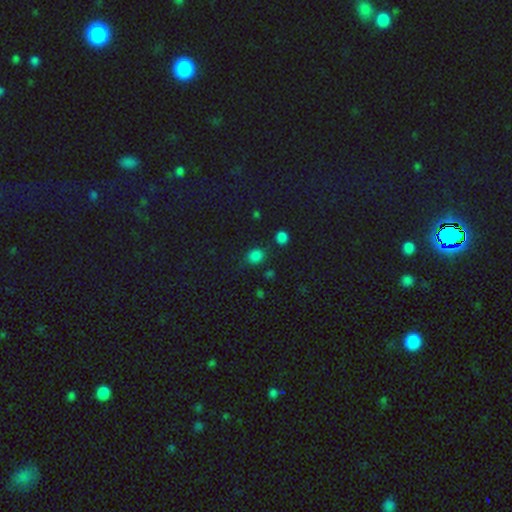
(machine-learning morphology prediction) Smooth or featured?
  - smooth: 78% *
  - star or artifact: 18%
  - featured or disk: 4%
How rounded?
  - round: 63% *
  - in between: 36%
  - cigar-shaped: 1%
Merging?
  - none: 78% *
  - minor disturbance: 13%
  - merger: 5%
  - major disturbance: 4%